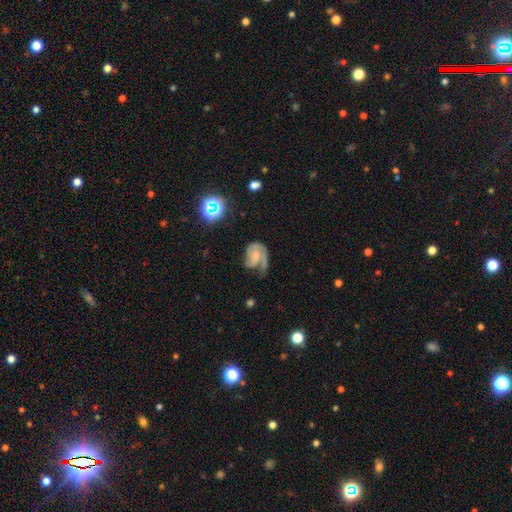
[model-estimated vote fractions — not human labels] Smooth or featured: featured or disk — 72% (smooth — 19%)
Edge-on disk: no — 98% (yes — 2%)
Bar: no — 56% (weak — 35%)
Spiral arms: yes — 91% (no — 9%)
Spiral winding: medium — 43% (tight — 39%)
Spiral arm count: 2 — 41% (1 — 35%)
Bulge size: small — 38% (moderate — 31%)
Merging: none — 37% (major disturbance — 32%)